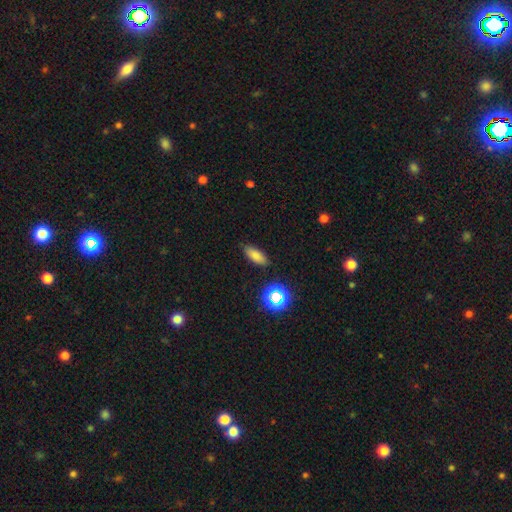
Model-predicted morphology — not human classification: smooth-or-featured: smooth: 77% | star or artifact: 14% | featured or disk: 8%
  how-rounded: in between: 74% | cigar-shaped: 22% | round: 4%
  merging: none: 86% | minor disturbance: 10% | major disturbance: 3% | merger: 2%